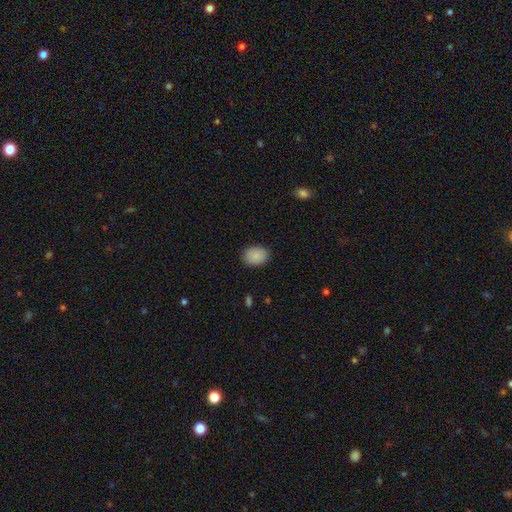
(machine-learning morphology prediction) Smooth or featured: smooth — 88% (star or artifact — 8%)
How rounded: in between — 71% (round — 28%)
Merging: none — 88% (minor disturbance — 9%)